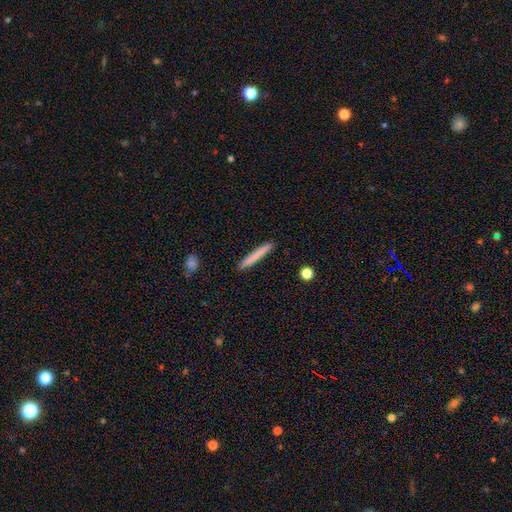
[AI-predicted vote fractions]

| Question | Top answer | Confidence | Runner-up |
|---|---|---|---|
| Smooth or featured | smooth | 77% | featured or disk (17%) |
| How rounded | cigar-shaped | 96% | in between (3%) |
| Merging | none | 91% | minor disturbance (6%) |